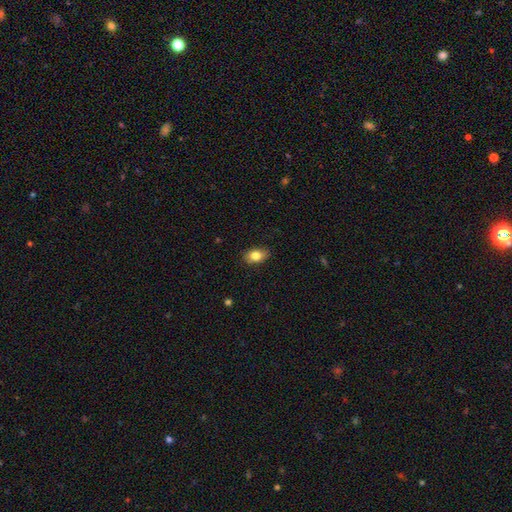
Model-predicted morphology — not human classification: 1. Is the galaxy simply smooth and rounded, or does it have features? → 82% smooth, 10% featured or disk, 8% star or artifact.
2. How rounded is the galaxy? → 84% in between, 14% round, 2% cigar-shaped.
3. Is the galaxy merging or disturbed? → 85% none, 12% minor disturbance, 2% major disturbance, 1% merger.